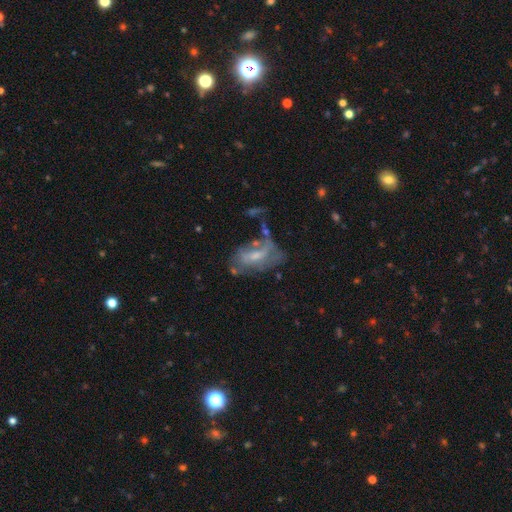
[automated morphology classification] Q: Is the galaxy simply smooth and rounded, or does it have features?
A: featured or disk — 58%.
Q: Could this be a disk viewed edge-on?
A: no — 91%.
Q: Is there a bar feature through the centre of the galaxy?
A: no — 45%.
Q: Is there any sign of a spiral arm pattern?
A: no — 53%.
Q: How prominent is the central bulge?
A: small — 44%.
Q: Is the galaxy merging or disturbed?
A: none — 36%.